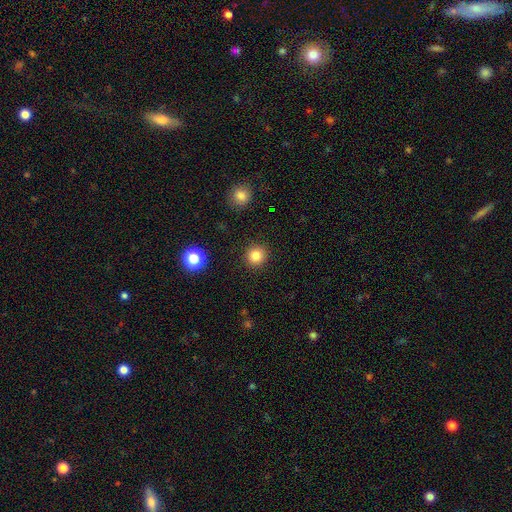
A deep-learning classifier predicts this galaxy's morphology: type=smooth (85%); roundness=round (94%); merging=none (91%).